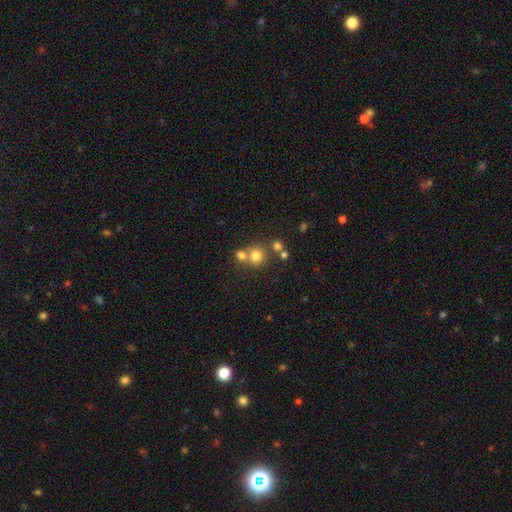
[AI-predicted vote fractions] Smooth or featured?
  - smooth: 74% *
  - star or artifact: 15%
  - featured or disk: 11%
How rounded?
  - round: 88% *
  - in between: 11%
  - cigar-shaped: 1%
Merging?
  - none: 55% *
  - merger: 35%
  - minor disturbance: 7%
  - major disturbance: 3%